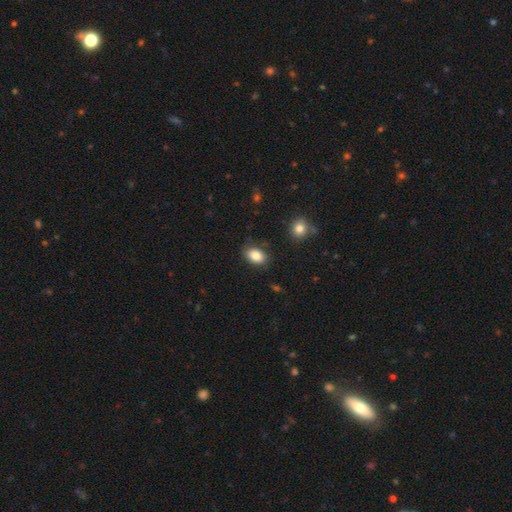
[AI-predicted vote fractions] smooth-or-featured: smooth: 85% | star or artifact: 8% | featured or disk: 7%
  how-rounded: in between: 84% | round: 15% | cigar-shaped: 1%
  merging: none: 82% | minor disturbance: 13% | major disturbance: 3% | merger: 2%